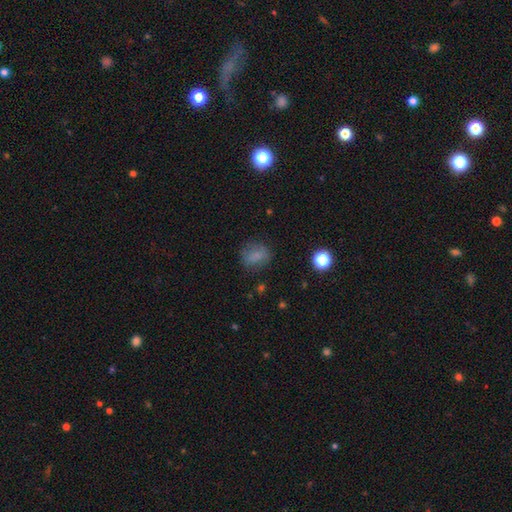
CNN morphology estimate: A smooth galaxy with no disk features (74%) that is round (52%).

Vote fractions:
- Smooth or featured? smooth: 74% / star or artifact: 14% / featured or disk: 12%
- How rounded? round: 52% / in between: 47% / cigar-shaped: 2%
- Merging? none: 72% / minor disturbance: 18% / major disturbance: 8% / merger: 2%